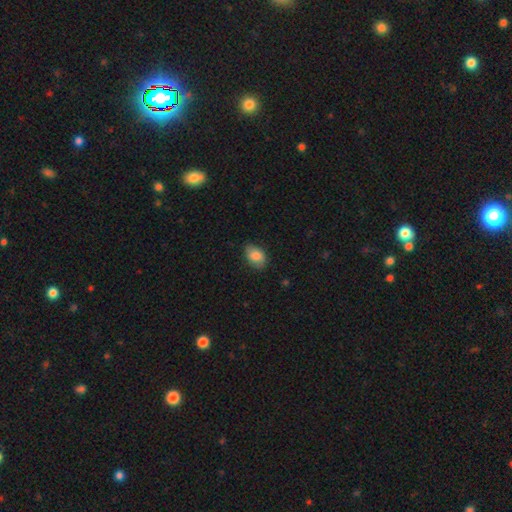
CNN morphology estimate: smooth_or_featured: smooth (p=0.84) [alt: featured or disk p=0.08]
how_rounded: in between (p=0.86) [alt: round p=0.13]
merging: none (p=0.73) [alt: minor disturbance p=0.22]